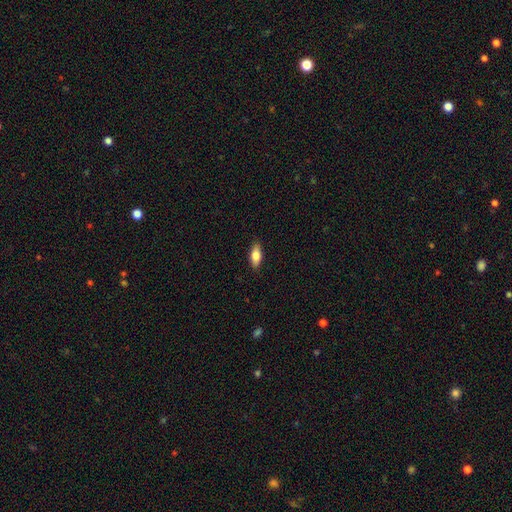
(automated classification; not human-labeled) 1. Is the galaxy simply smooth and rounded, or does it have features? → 75% smooth, 19% featured or disk, 6% star or artifact.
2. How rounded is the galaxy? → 79% in between, 18% cigar-shaped, 3% round.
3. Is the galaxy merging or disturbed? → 88% none, 9% minor disturbance, 2% major disturbance, 1% merger.